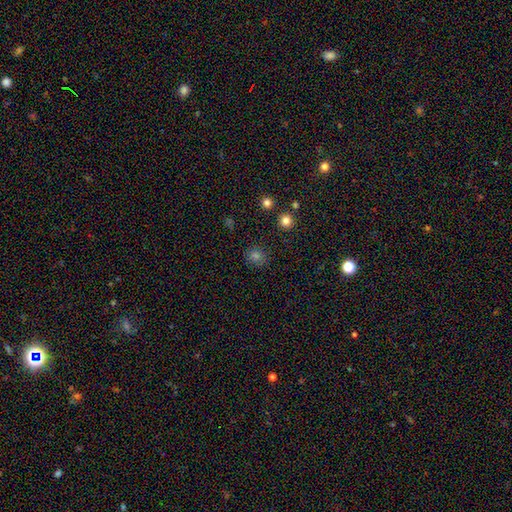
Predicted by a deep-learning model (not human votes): Smooth or featured? Predicted: smooth (p=0.71). How rounded? Predicted: round (p=0.86). Merging? Predicted: none (p=0.87).